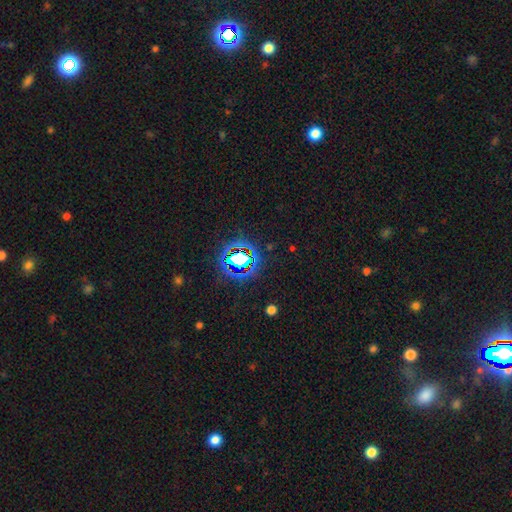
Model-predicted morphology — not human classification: The model was most divided on "smooth or featured": star or artifact: 77%, smooth: 15%, featured or disk: 8%.